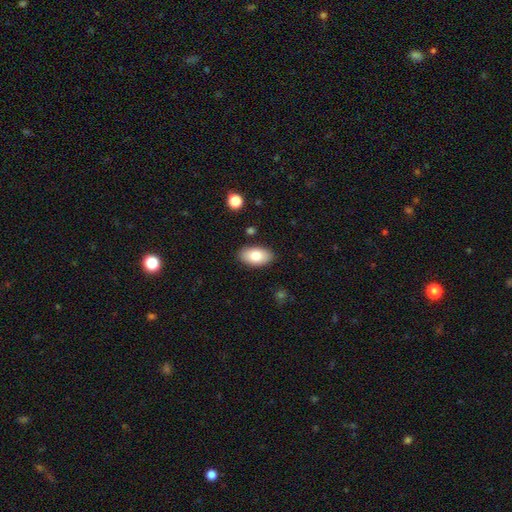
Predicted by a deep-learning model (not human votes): This is clearly a smooth galaxy (80%). How rounded: clearly in between (94%). Merging: clearly none (87%).